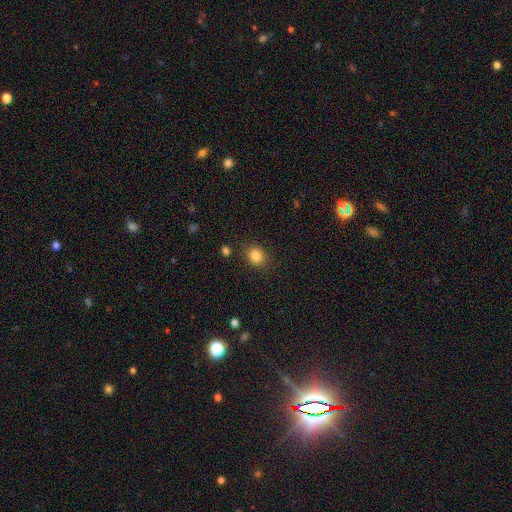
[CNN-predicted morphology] This is clearly a smooth galaxy (85%). How rounded: possibly round (57%). Merging: clearly none (81%).